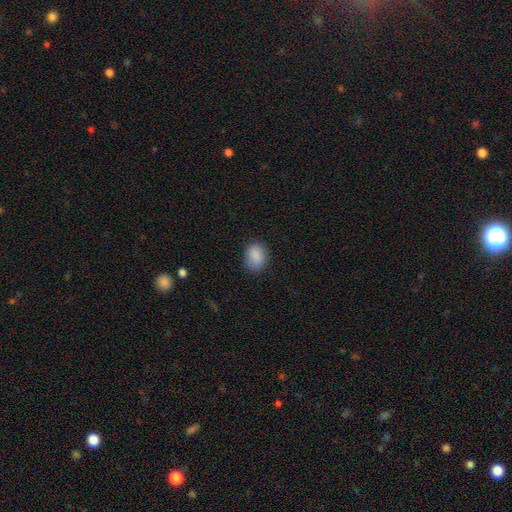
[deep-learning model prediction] Smooth or featured?
  - smooth: 88% *
  - star or artifact: 8%
  - featured or disk: 4%
How rounded?
  - in between: 67% *
  - round: 32%
  - cigar-shaped: 1%
Merging?
  - none: 82% *
  - minor disturbance: 14%
  - major disturbance: 3%
  - merger: 1%